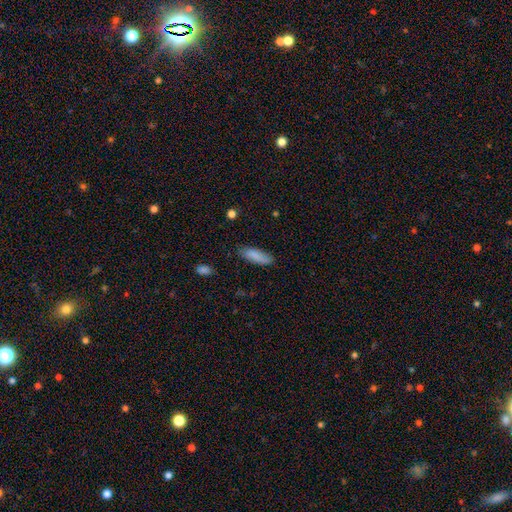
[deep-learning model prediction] Smooth or featured? Predicted: smooth (p=0.86). How rounded? Predicted: in between (p=0.57). Merging? Predicted: none (p=0.81).